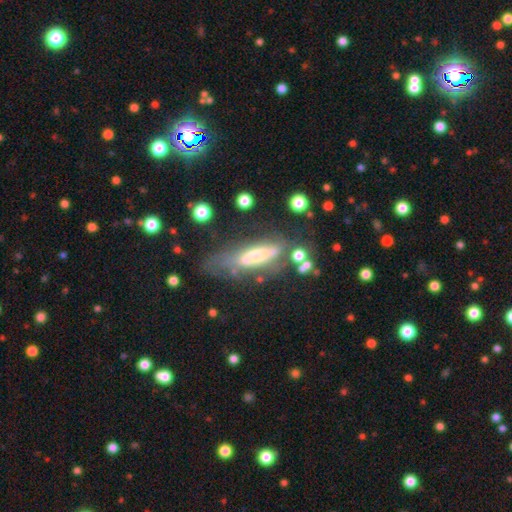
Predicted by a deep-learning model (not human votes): smooth-or-featured: featured or disk: 52% | smooth: 34% | star or artifact: 14%
  disk-edge-on: yes: 56% | no: 44%
  merging: none: 59% | minor disturbance: 22% | major disturbance: 12% | merger: 6%